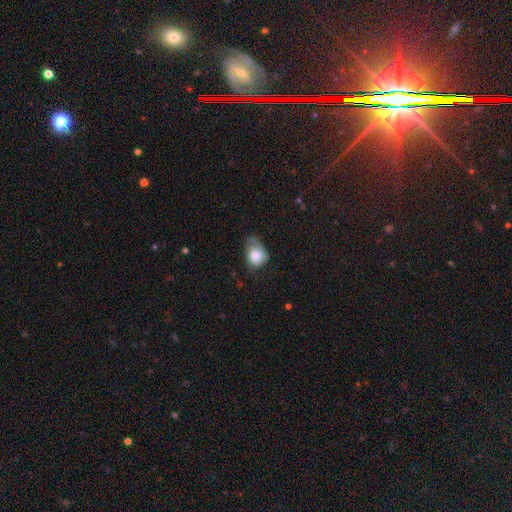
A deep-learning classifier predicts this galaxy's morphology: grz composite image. It shows a smooth galaxy with no disk features (74%) that is in between round and cigar-shaped (67%). Merging: minor disturbance (42%).